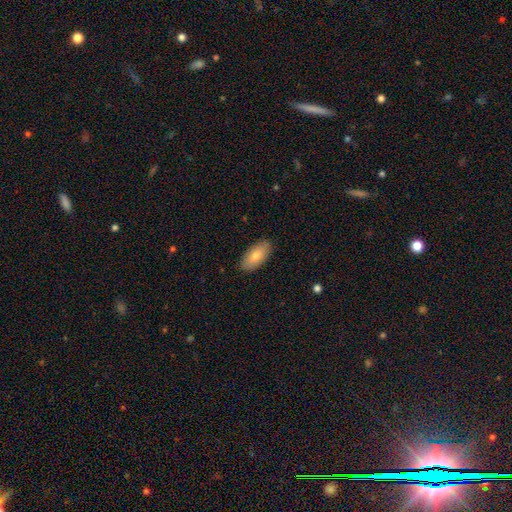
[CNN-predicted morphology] A smooth galaxy with no disk features (78%) that is in between round and cigar-shaped (91%). Merging: none (88%).